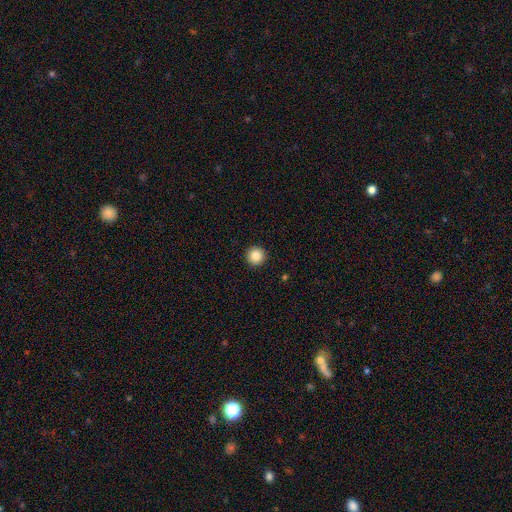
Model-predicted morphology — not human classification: This appears to be a smooth galaxy with no disk features (85%) that is round (96%). Merging: none (93%).